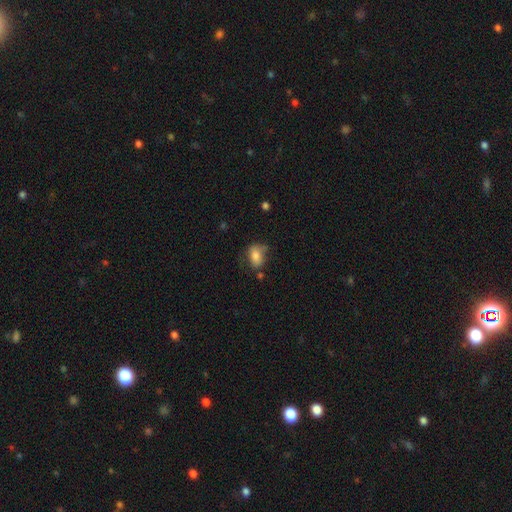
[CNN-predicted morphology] Smooth or featured? smooth (79%)
How rounded? in between (80%)
Merging? none (54%)